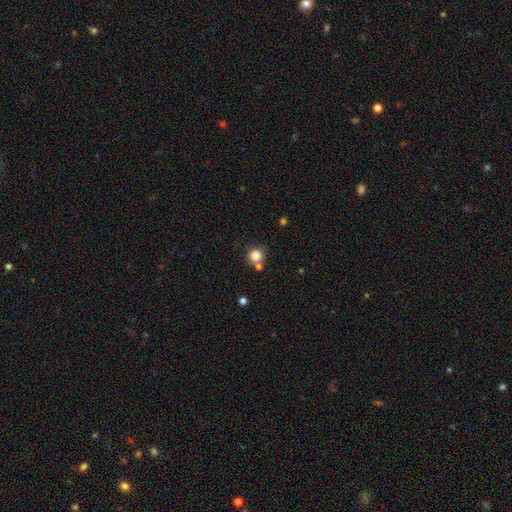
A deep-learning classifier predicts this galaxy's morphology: smooth 84%, star or artifact 11%, featured or disk 5%. Down the decision tree: how rounded — round (92%); merging — none (69%).